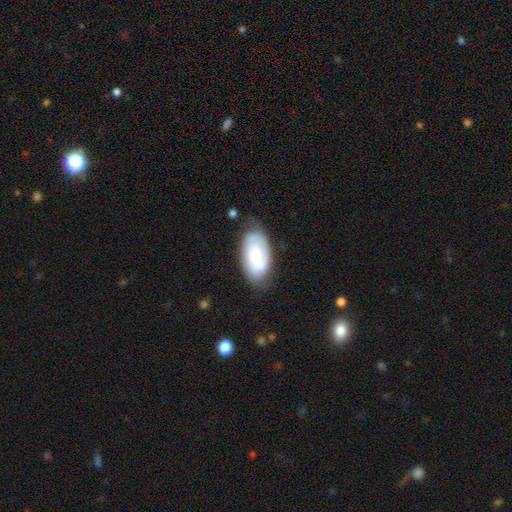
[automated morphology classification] Smooth or featured?
  - smooth: 56% *
  - featured or disk: 37%
  - star or artifact: 7%
How rounded?
  - in between: 94% *
  - round: 3%
  - cigar-shaped: 2%
Merging?
  - none: 71% *
  - minor disturbance: 21%
  - major disturbance: 6%
  - merger: 2%